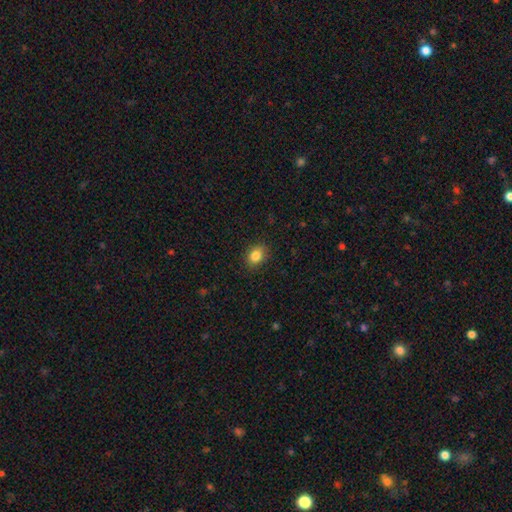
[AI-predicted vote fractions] smooth_or_featured: smooth (p=0.85) [alt: star or artifact p=0.10]
how_rounded: in between (p=0.56) [alt: round p=0.43]
merging: none (p=0.88) [alt: minor disturbance p=0.09]